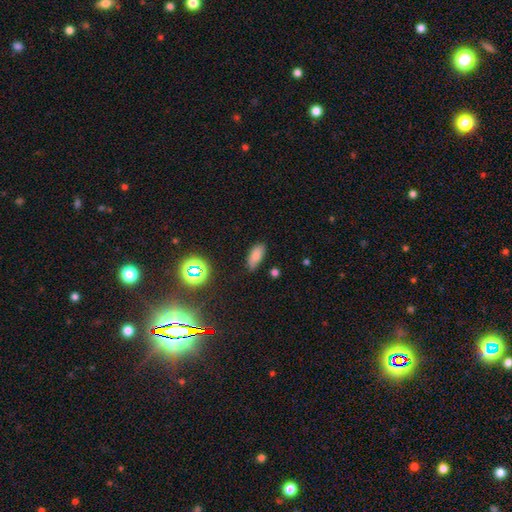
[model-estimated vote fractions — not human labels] Q: Smooth or featured?
A: smooth (79%); runner-up: star or artifact (13%)
Q: How rounded?
A: in between (80%); runner-up: cigar-shaped (17%)
Q: Merging?
A: none (77%); runner-up: minor disturbance (17%)